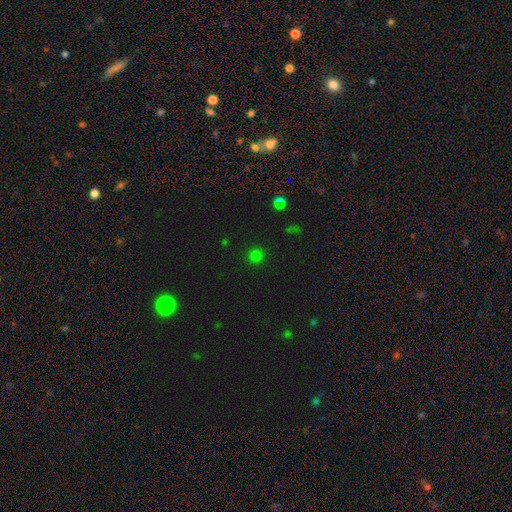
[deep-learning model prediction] Overall: smooth (74%). How rounded: round (93%). Merging: none (91%).